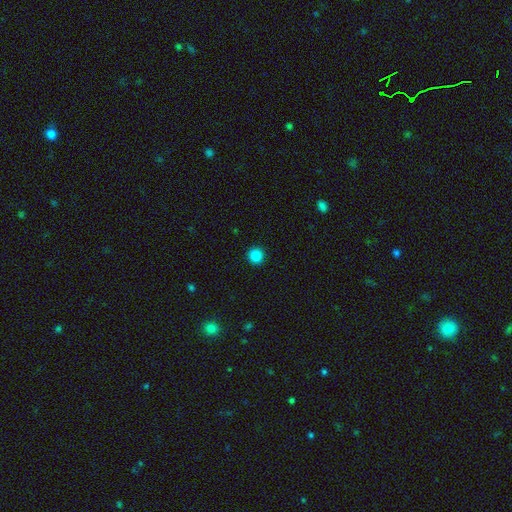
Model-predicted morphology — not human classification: Smooth or featured? smooth (86%)
How rounded? round (94%)
Merging? none (92%)